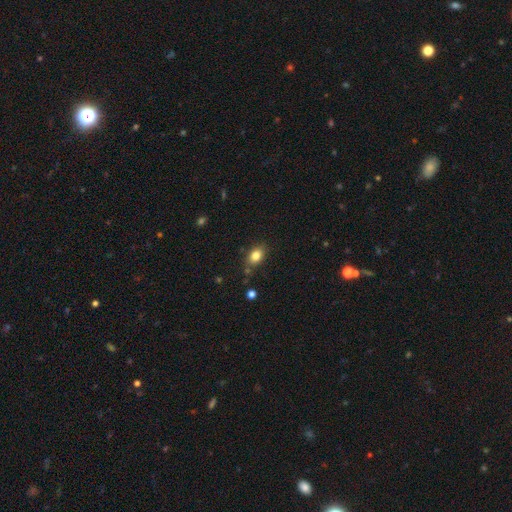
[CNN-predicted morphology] A smooth galaxy with no disk features (82%) that is in between round and cigar-shaped (76%).

Vote fractions:
- Smooth or featured? smooth: 82% / star or artifact: 10% / featured or disk: 8%
- How rounded? in between: 76% / round: 22% / cigar-shaped: 2%
- Merging? none: 77% / minor disturbance: 15% / merger: 4% / major disturbance: 3%